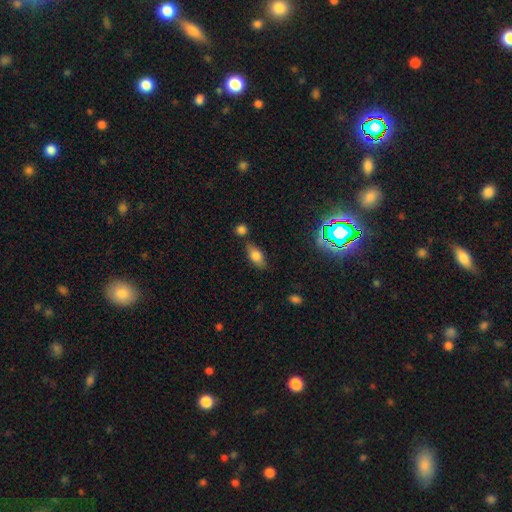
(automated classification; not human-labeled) smooth 72%, featured or disk 17%, star or artifact 10%. Down the decision tree: how rounded — in between (81%); merging — none (72%).